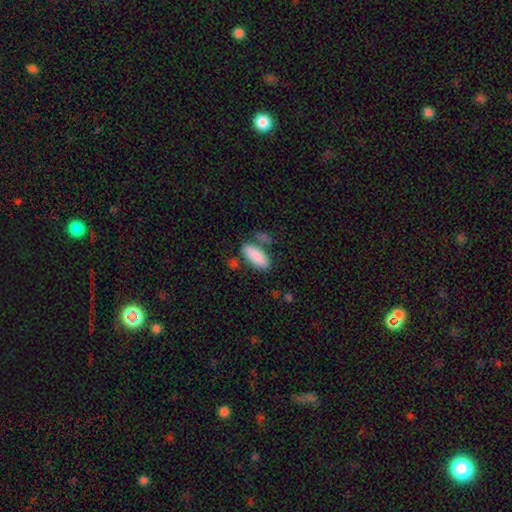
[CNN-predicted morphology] Smooth or featured?
  - smooth: 87% *
  - featured or disk: 6%
  - star or artifact: 6%
How rounded?
  - in between: 80% *
  - cigar-shaped: 18%
  - round: 2%
Merging?
  - none: 66% *
  - minor disturbance: 15%
  - merger: 14%
  - major disturbance: 5%